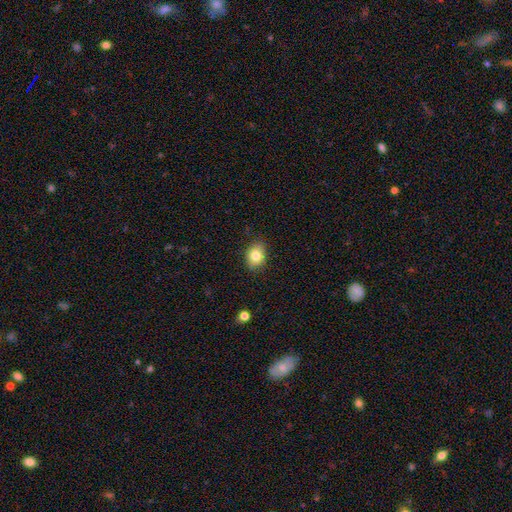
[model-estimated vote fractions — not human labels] Smooth or featured? Predicted: smooth (p=0.82). How rounded? Predicted: in between (p=0.62). Merging? Predicted: none (p=0.84).